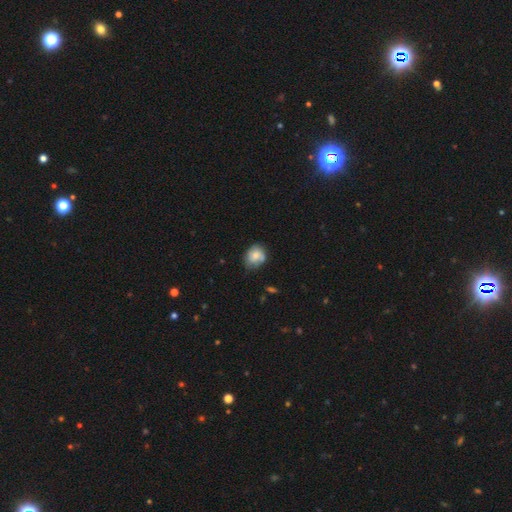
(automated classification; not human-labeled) Smooth or featured? smooth (64%)
How rounded? round (61%)
Merging? none (58%)